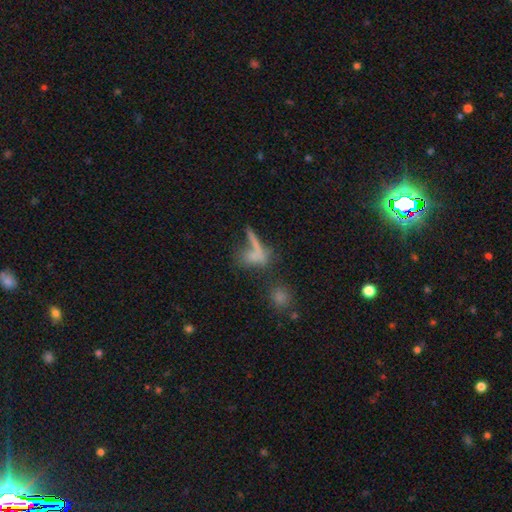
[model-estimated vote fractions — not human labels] Overall: smooth (52%; featured or disk 26%). How rounded: cigar-shaped (48%; in between 34%). Merging: none (43%; merger 30%).